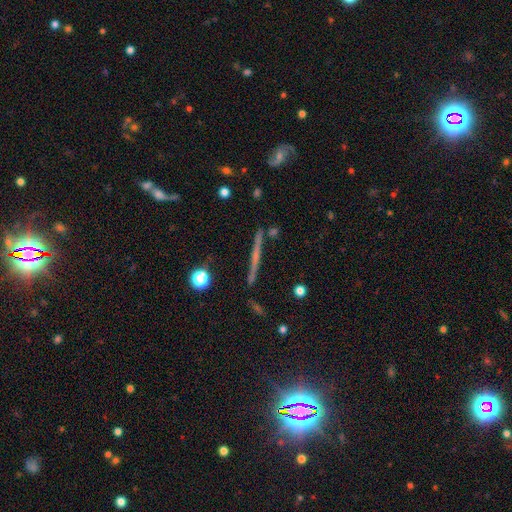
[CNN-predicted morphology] A featured or disk galaxy (61%) viewed edge-on (96%) with no central bulge (62%). Merging: none (86%).